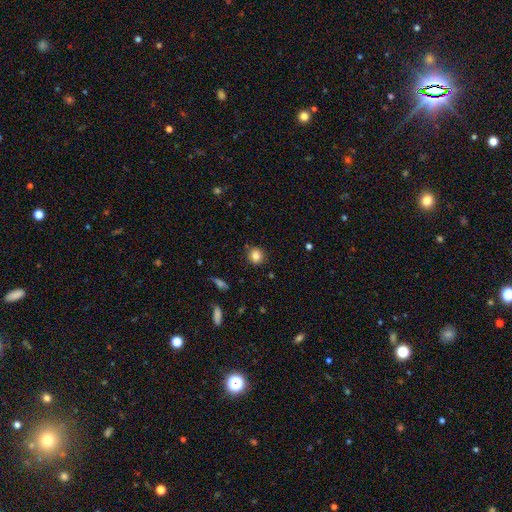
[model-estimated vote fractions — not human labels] This is clearly a smooth galaxy (83%). How rounded: clearly round (87%). Merging: clearly none (86%).